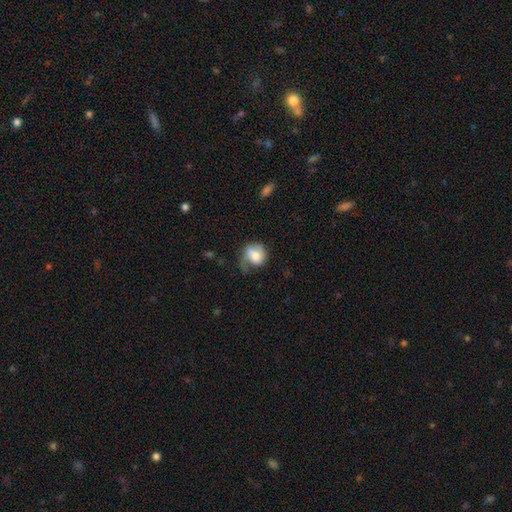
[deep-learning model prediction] Overall: smooth (63%; featured or disk 29%). How rounded: round (61%; in between 38%). Merging: none (38%; minor disturbance 32%).